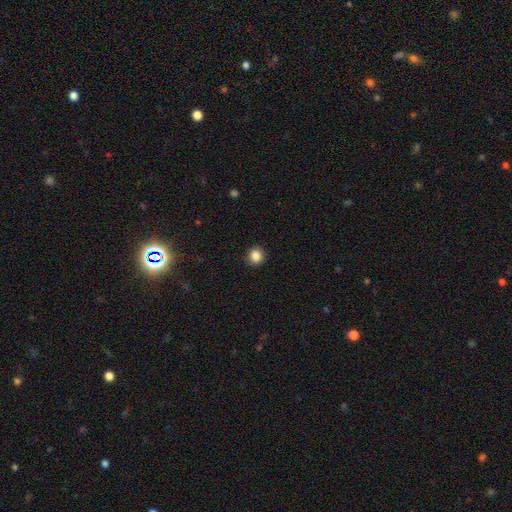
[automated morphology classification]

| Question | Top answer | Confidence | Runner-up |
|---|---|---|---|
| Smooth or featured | smooth | 86% | star or artifact (10%) |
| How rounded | round | 90% | in between (10%) |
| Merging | none | 92% | minor disturbance (5%) |